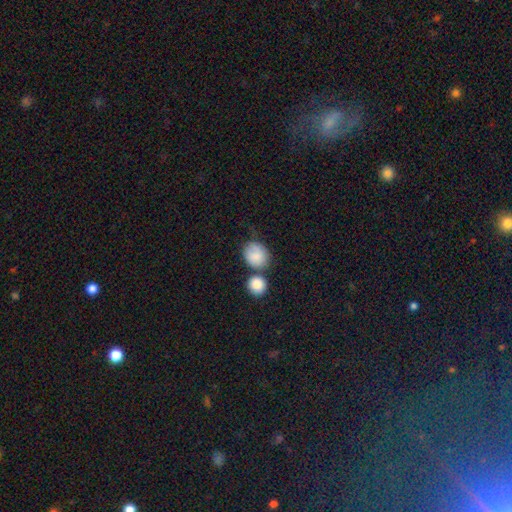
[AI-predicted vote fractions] Smooth or featured? smooth (84%)
How rounded? round (65%)
Merging? none (49%)